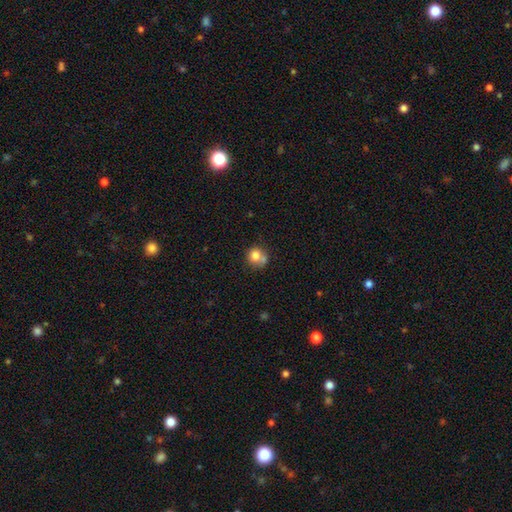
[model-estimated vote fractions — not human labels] Smooth or featured? smooth (76%)
How rounded? round (83%)
Merging? none (47%)